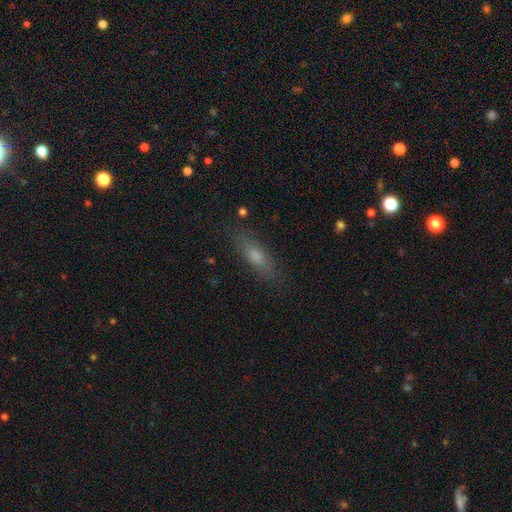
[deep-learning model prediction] Smooth or featured? smooth (58%)
How rounded? cigar-shaped (58%)
Merging? none (85%)